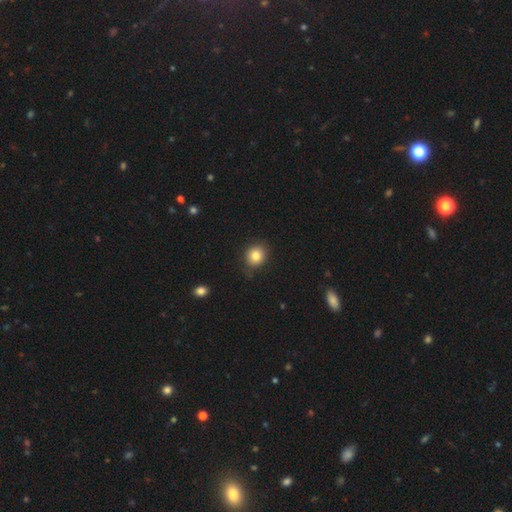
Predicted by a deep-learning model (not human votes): smooth-or-featured: smooth: 82% | star or artifact: 10% | featured or disk: 8%
  how-rounded: round: 77% | in between: 22% | cigar-shaped: 1%
  merging: none: 80% | minor disturbance: 15% | major disturbance: 3% | merger: 1%